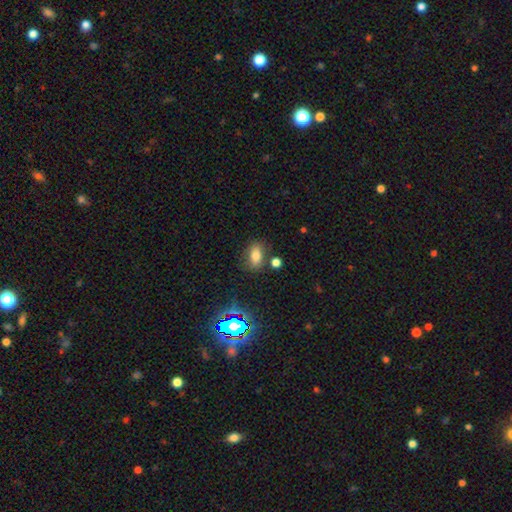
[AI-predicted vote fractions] smooth-or-featured: smooth: 73% | star or artifact: 16% | featured or disk: 11%
  how-rounded: in between: 80% | round: 17% | cigar-shaped: 3%
  merging: none: 74% | minor disturbance: 14% | merger: 8% | major disturbance: 4%